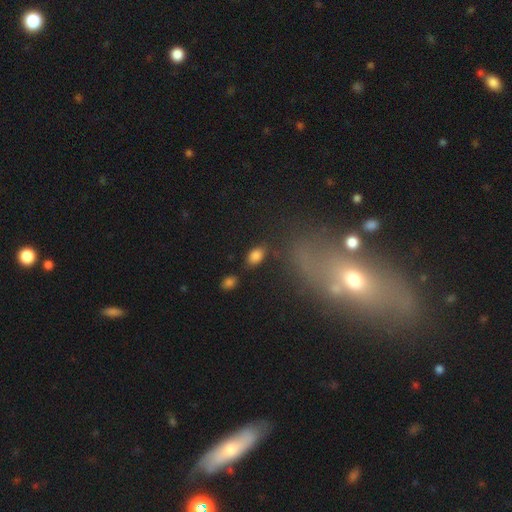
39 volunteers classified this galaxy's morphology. Smooth or featured: smooth — 100%
How rounded: in between — 92% (round — 8%)
Merging: none — 79% (minor disturbance — 10%)